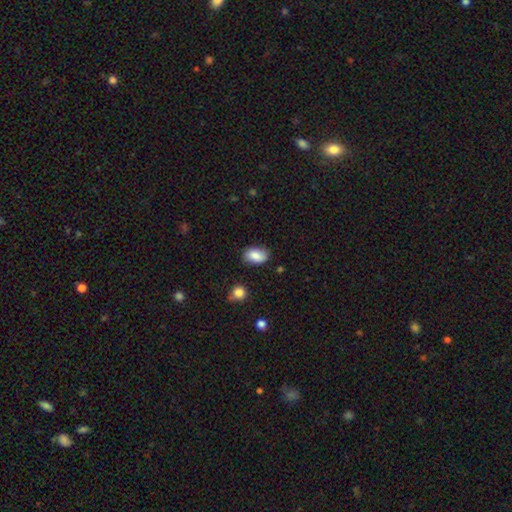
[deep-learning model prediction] This is clearly a smooth galaxy (84%). How rounded: clearly in between (88%). Merging: likely none (75%).